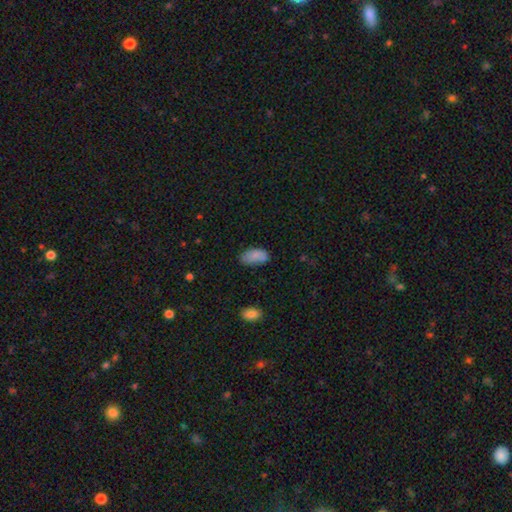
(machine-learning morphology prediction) smooth 85%, star or artifact 8%, featured or disk 7%. Down the decision tree: how rounded — in between (94%); merging — none (70%).